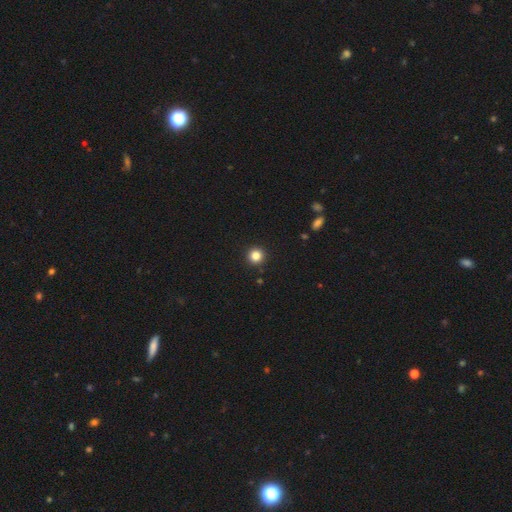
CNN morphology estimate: type=smooth (83%); roundness=round (96%); merging=none (93%).